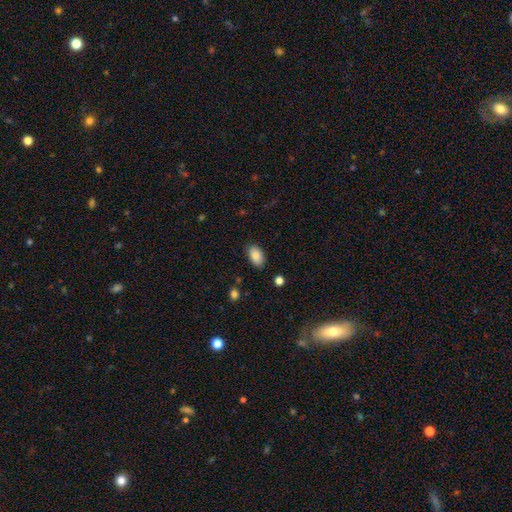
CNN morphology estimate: smooth 87%, star or artifact 7%, featured or disk 6%. Down the decision tree: how rounded — in between (93%); merging — none (85%).